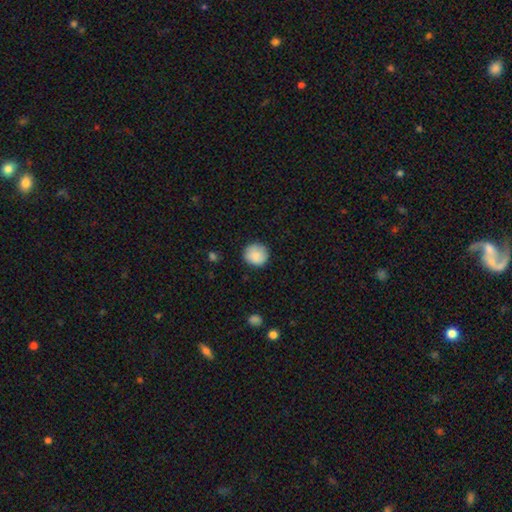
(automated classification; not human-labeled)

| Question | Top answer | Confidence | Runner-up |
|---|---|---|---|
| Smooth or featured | smooth | 86% | star or artifact (7%) |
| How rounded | round | 92% | in between (7%) |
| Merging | none | 85% | minor disturbance (11%) |